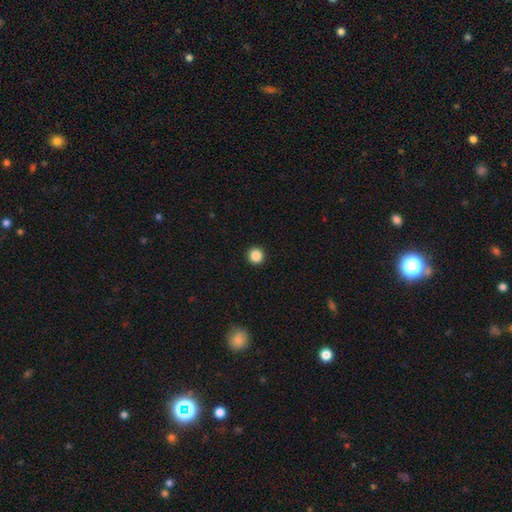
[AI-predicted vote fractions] This appears to be a smooth galaxy with no disk features (86%) that is round (96%). Merging: none (94%).